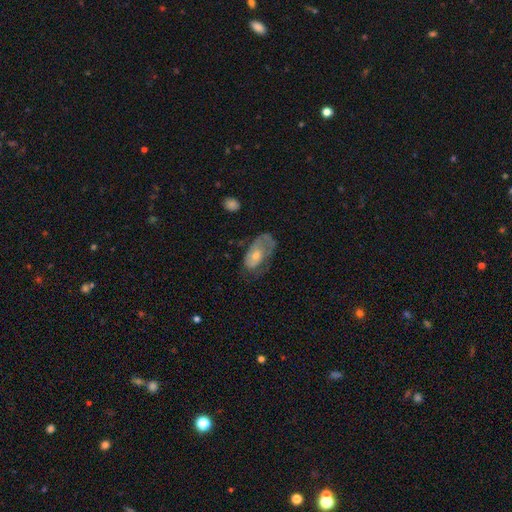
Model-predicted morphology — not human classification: smooth 49%, featured or disk 45%, star or artifact 7%. Down the decision tree: merging — major disturbance (35%).